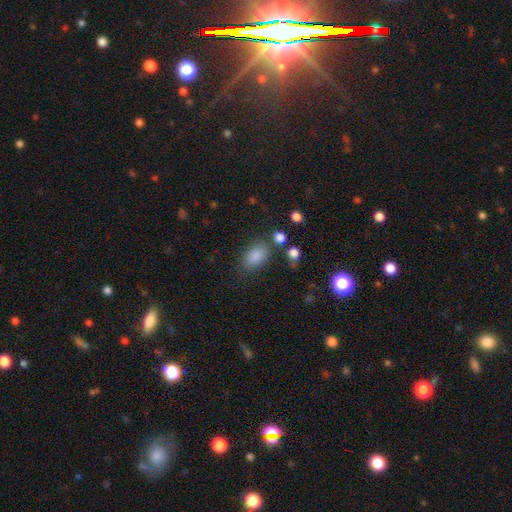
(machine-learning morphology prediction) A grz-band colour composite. It shows a smooth galaxy with no disk features (83%) that is in between round and cigar-shaped (84%). Merging: none (74%).